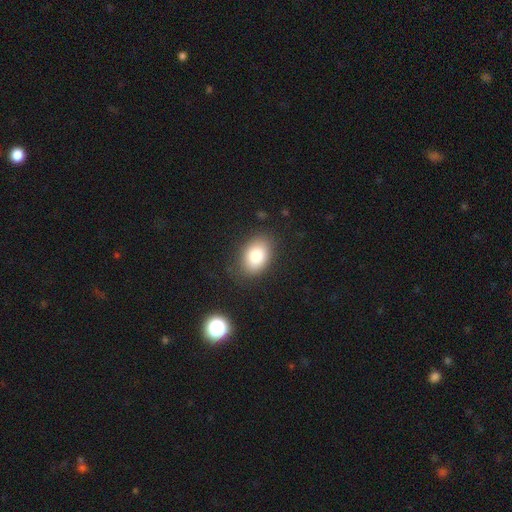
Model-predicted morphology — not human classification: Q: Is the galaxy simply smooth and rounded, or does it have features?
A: smooth — 81%.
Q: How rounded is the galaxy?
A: in between — 79%.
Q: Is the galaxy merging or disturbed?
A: none — 82%.